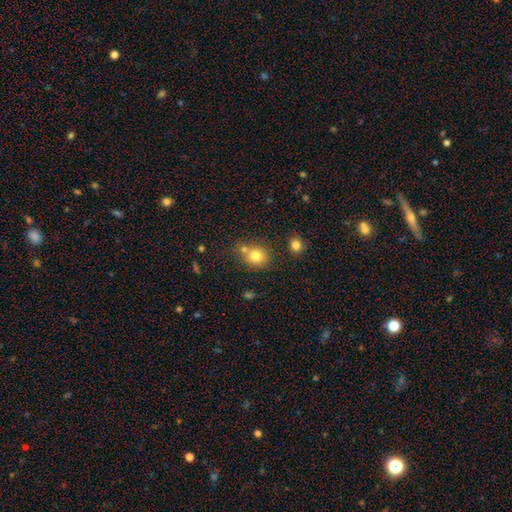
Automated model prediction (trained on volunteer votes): Q: Smooth or featured?
A: smooth (79%); runner-up: star or artifact (12%)
Q: How rounded?
A: round (80%); runner-up: in between (19%)
Q: Merging?
A: none (60%); runner-up: merger (25%)